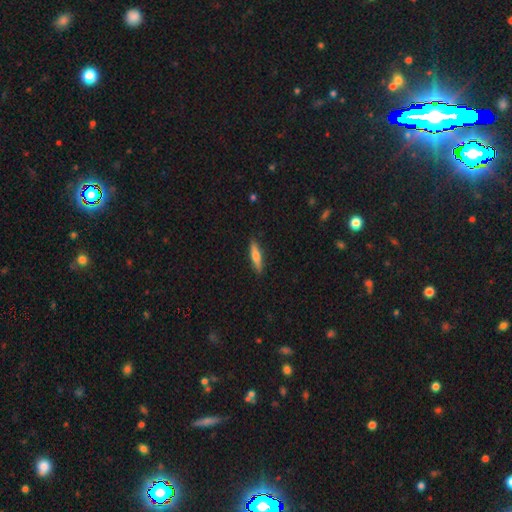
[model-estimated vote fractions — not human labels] Morphology: type=smooth (62%); roundness=cigar-shaped (80%); merging=none (89%).